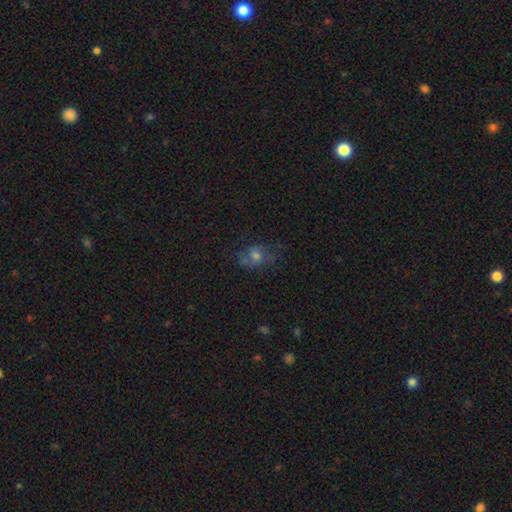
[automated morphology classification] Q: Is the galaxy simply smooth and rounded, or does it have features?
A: smooth — 45%.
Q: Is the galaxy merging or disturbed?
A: none — 59%.